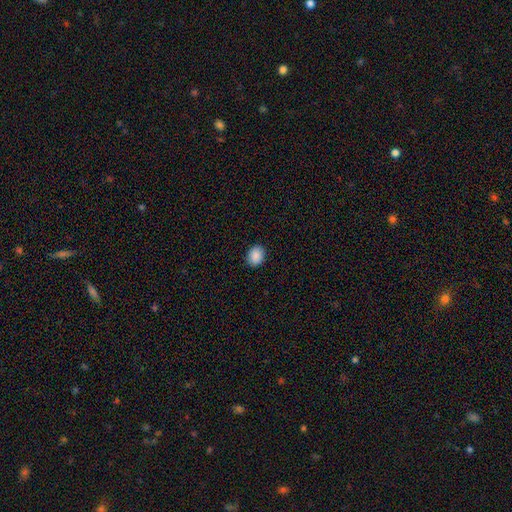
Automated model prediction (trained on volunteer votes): Smooth or featured? Predicted: smooth (p=0.89). How rounded? Predicted: in between (p=0.52). Merging? Predicted: none (p=0.89).